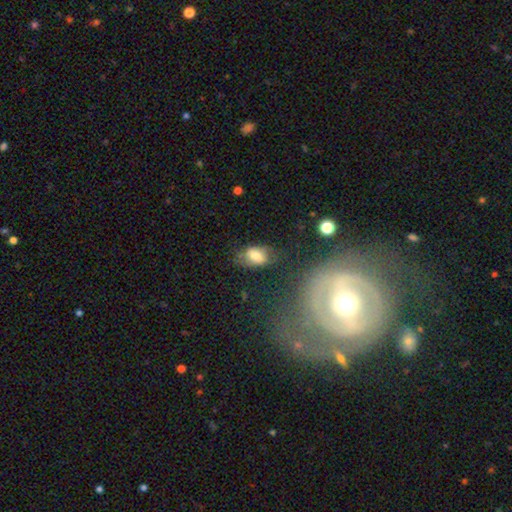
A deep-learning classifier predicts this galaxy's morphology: The model was most divided on "merging": none: 57%, minor disturbance: 27%, major disturbance: 12%, merger: 4%. More confident: how rounded — in between (85%); smooth or featured — smooth (62%).